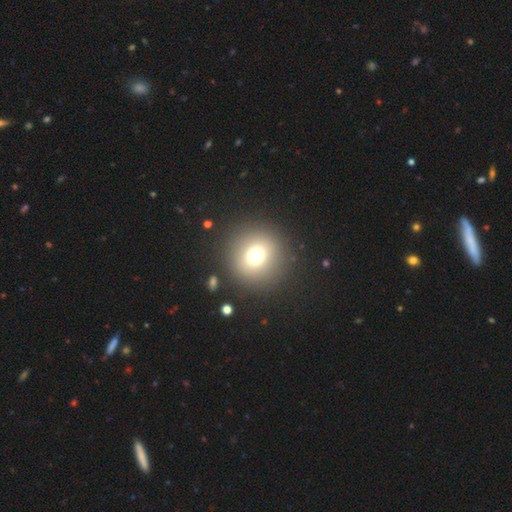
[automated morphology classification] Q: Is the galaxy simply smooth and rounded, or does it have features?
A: smooth — 72%.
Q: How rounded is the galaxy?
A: round — 94%.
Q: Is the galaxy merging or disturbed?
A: none — 88%.